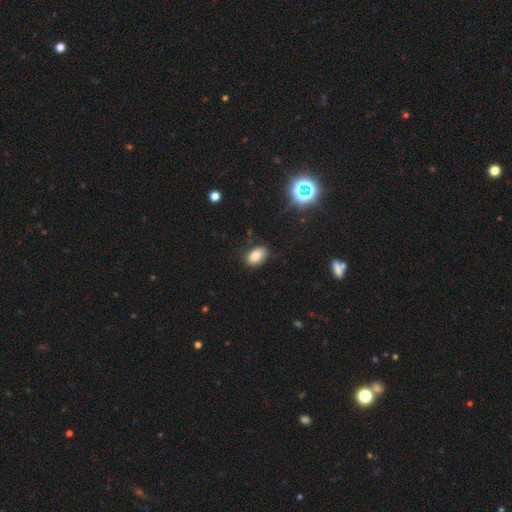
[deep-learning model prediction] This appears to be a smooth galaxy with no disk features (82%) that is in between round and cigar-shaped (87%). Merging: none (82%).